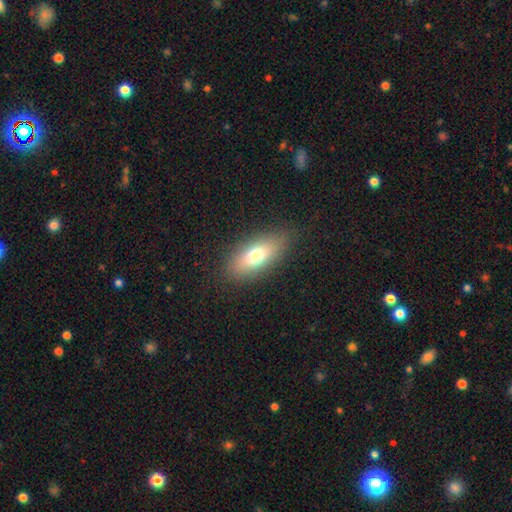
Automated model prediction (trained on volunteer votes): This is likely a smooth galaxy (70%). How rounded: likely in between (78%). Merging: clearly none (84%).